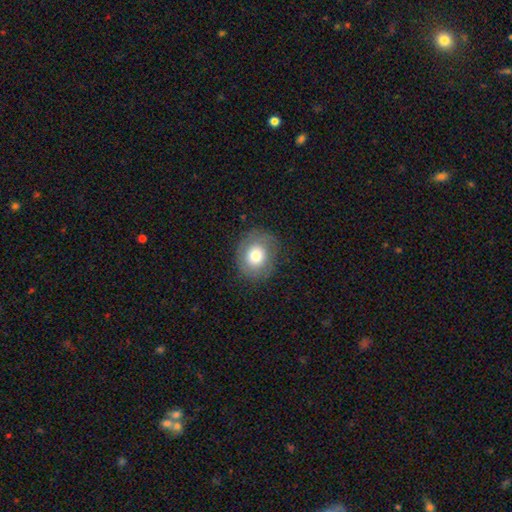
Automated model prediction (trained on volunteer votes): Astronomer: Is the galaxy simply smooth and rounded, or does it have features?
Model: smooth — 71%.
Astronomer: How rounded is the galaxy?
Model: round — 72%.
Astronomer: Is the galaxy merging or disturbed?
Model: none — 80%.